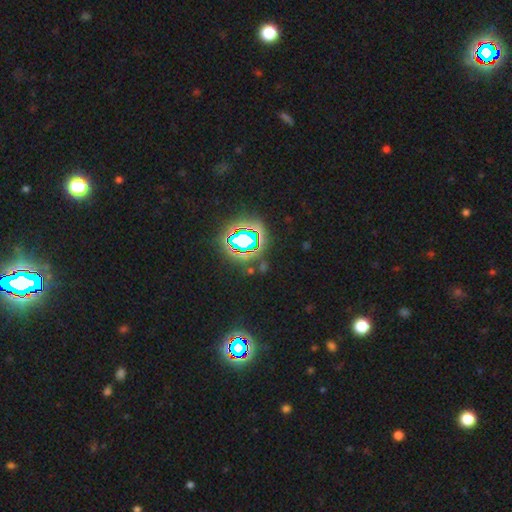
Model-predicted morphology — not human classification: Smooth or featured? Predicted: star or artifact (p=0.81).